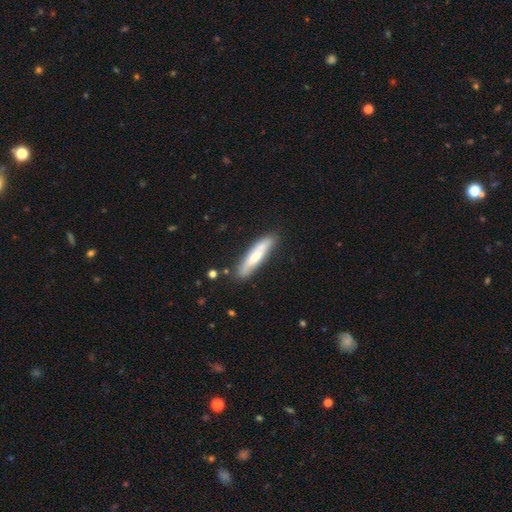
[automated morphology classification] Smooth or featured? Predicted: smooth (p=0.61). How rounded? Predicted: cigar-shaped (p=0.82). Merging? Predicted: none (p=0.82).